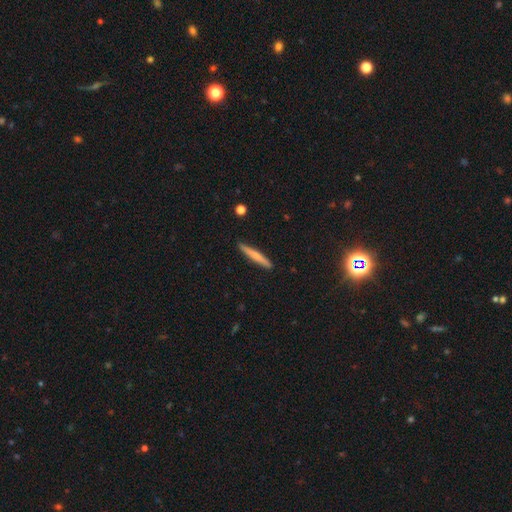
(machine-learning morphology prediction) The model was most divided on "smooth or featured": smooth: 61%, featured or disk: 34%, star or artifact: 6%. More confident: how rounded — cigar-shaped (95%); merging — none (90%).